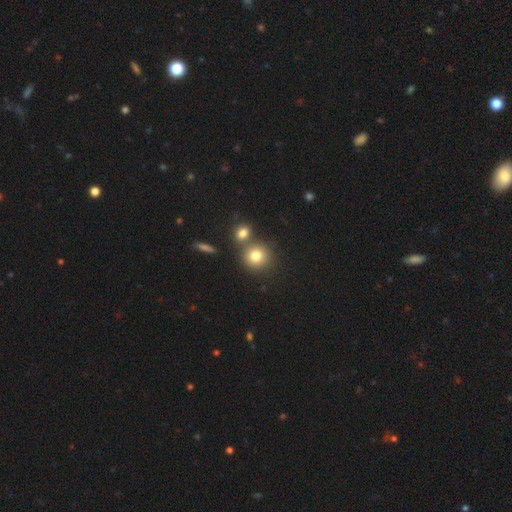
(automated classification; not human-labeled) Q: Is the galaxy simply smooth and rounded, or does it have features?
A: smooth — 79%.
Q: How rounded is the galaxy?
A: round — 87%.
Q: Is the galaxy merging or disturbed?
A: none — 62%.